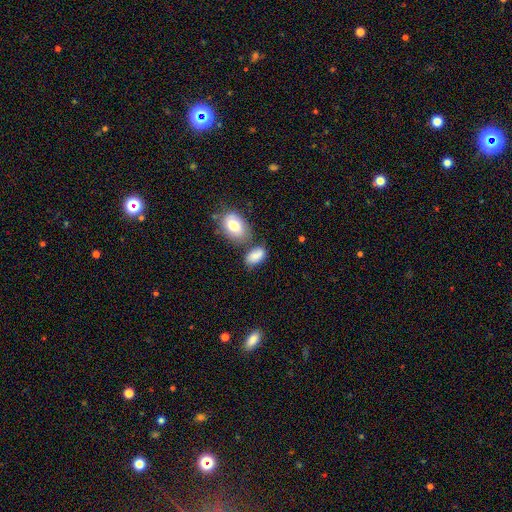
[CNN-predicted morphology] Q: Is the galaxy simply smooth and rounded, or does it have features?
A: smooth — 79%.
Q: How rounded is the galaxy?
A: in between — 89%.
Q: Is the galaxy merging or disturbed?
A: none — 47%.